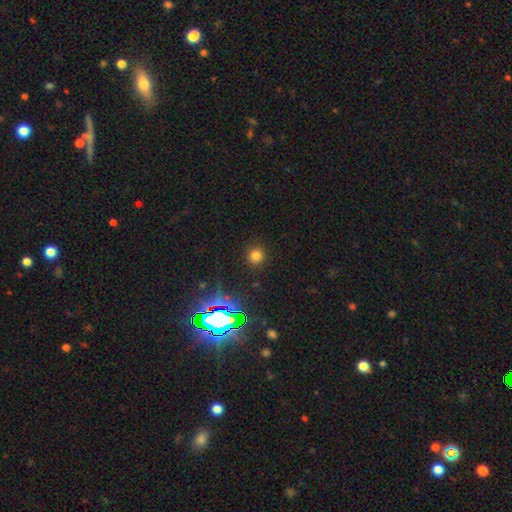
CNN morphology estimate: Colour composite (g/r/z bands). It shows a smooth galaxy with no disk features (72%) that is round (92%). Merging: none (90%).